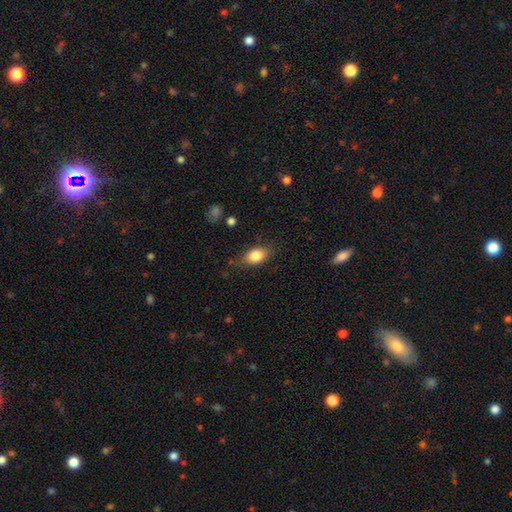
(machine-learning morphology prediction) This appears to be a smooth galaxy with no disk features (83%) that is in between round and cigar-shaped (86%). Merging: none (78%).